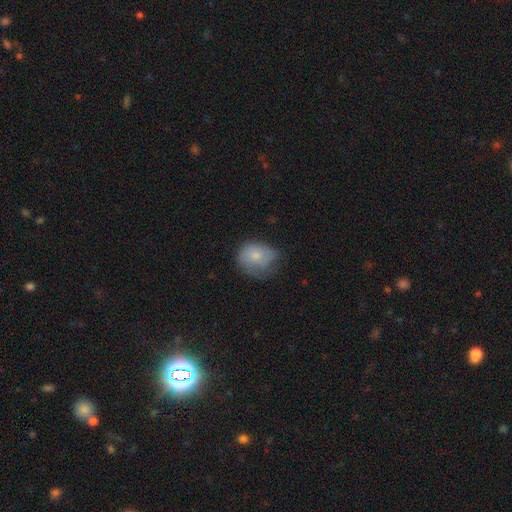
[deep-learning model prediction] Smooth or featured? smooth (69%)
How rounded? round (66%)
Merging? none (44%)